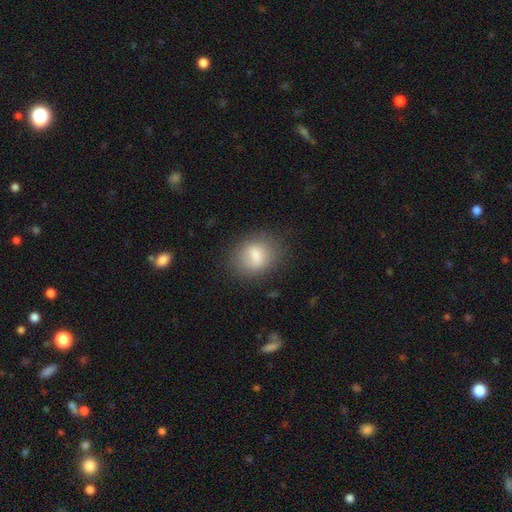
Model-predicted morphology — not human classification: This is likely a smooth galaxy (74%). How rounded: possibly round (51%). Merging: likely none (70%).